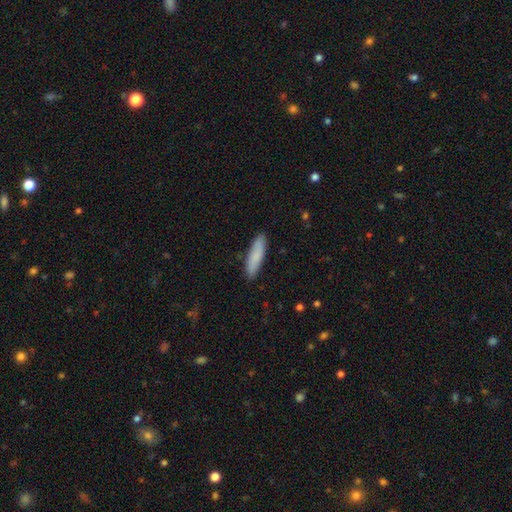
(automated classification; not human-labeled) This appears to be a smooth galaxy with no disk features (83%) that is cigar-shaped (73%). Merging: none (88%).